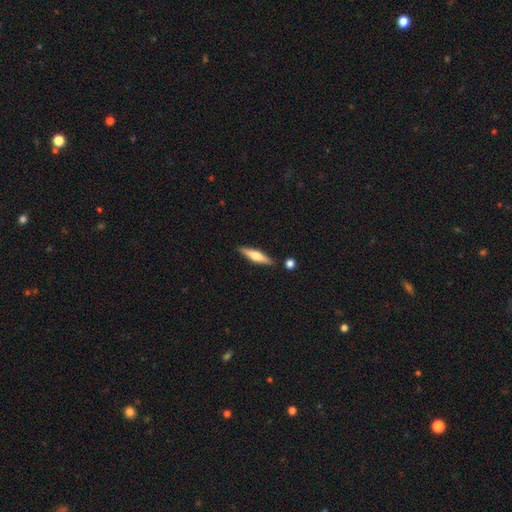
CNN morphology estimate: This appears to be a featured or disk galaxy (48%). Merging: none (85%).